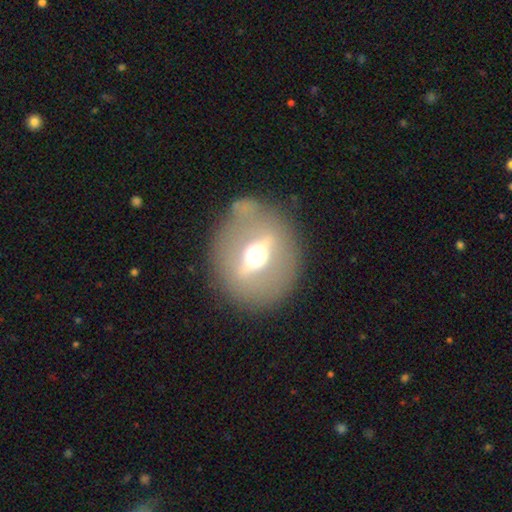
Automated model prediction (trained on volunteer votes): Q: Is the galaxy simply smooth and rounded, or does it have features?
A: featured or disk — 67%.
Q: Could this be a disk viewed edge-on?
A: no — 55%.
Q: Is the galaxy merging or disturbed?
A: none — 78%.